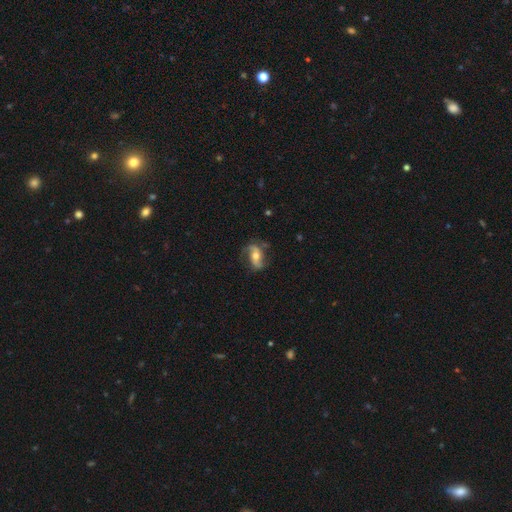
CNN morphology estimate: Overall: featured or disk (68%). Edge-on disk: no (93%). Bar: no (46%; weak 29%). Spiral arms: yes (88%). Spiral arm count: 2 (88%). Spiral winding: loose (60%; medium 29%). Bulge size: moderate (67%). Merging: none (67%).